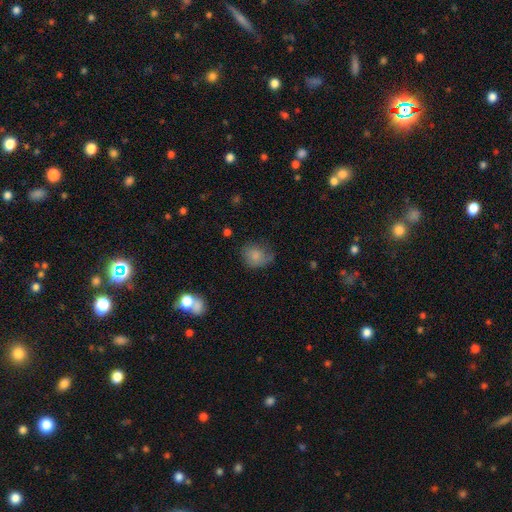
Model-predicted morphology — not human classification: type=smooth (79%); roundness=round (60%); merging=none (53%).